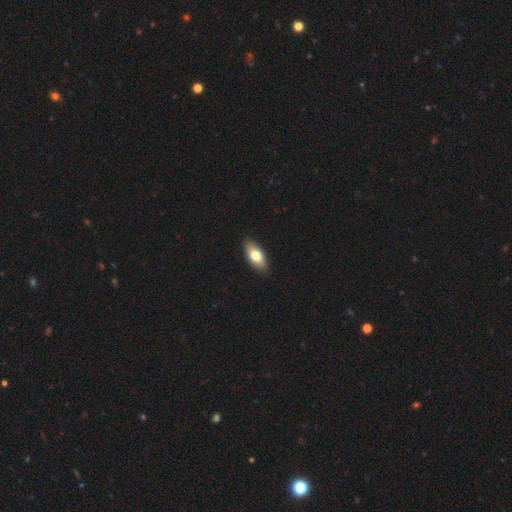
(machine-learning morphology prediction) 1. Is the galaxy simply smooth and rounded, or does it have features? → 74% smooth, 20% featured or disk, 6% star or artifact.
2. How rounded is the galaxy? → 85% in between, 12% cigar-shaped, 3% round.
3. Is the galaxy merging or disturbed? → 89% none, 9% minor disturbance, 2% major disturbance, 1% merger.